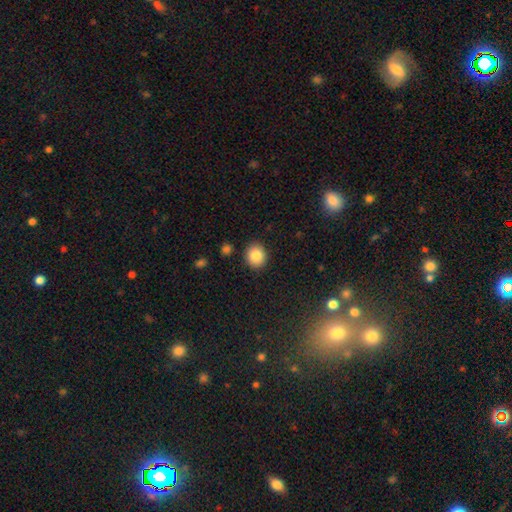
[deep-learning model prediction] smooth-or-featured: smooth: 85% | star or artifact: 9% | featured or disk: 6%
  how-rounded: round: 77% | in between: 22% | cigar-shaped: 1%
  merging: none: 89% | minor disturbance: 7% | major disturbance: 2% | merger: 2%